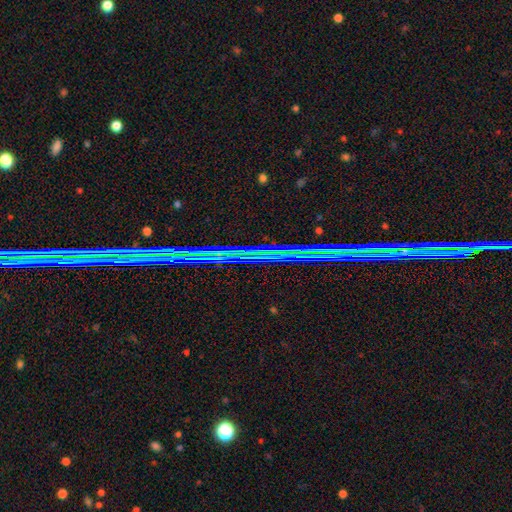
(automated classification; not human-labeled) This is clearly a star or artifact rather than a galaxy (87%).